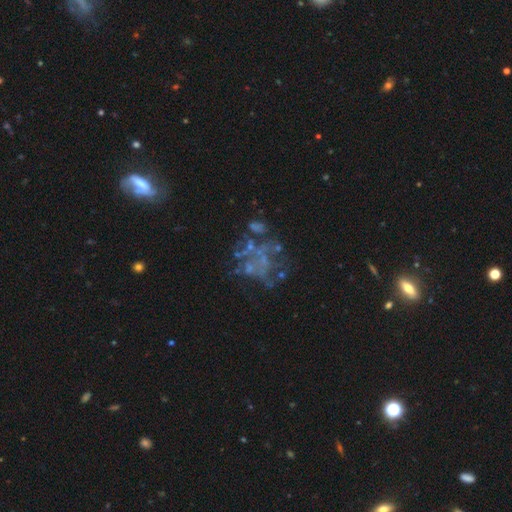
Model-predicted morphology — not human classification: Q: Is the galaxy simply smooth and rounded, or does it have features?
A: featured or disk — 60%.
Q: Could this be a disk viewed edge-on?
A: no — 97%.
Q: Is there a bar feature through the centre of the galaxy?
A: no — 88%.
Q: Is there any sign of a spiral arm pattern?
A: no — 80%.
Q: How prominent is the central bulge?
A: none — 77%.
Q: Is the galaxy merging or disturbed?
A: none — 49%.